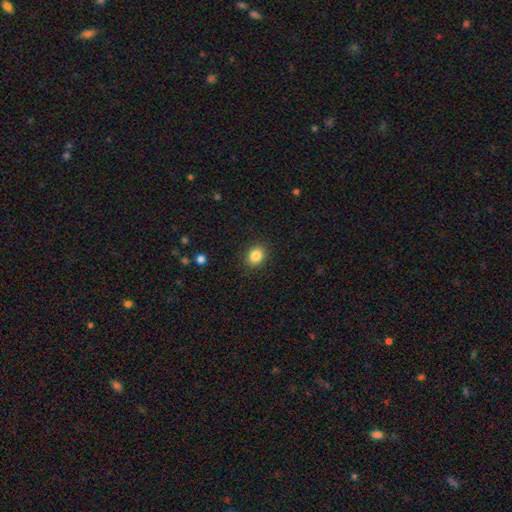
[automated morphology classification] smooth_or_featured: smooth (p=0.85) [alt: star or artifact p=0.10]
how_rounded: round (p=0.57) [alt: in between p=0.42]
merging: none (p=0.89) [alt: minor disturbance p=0.07]